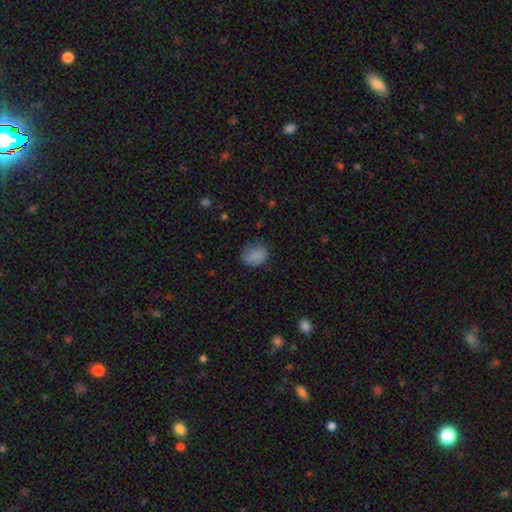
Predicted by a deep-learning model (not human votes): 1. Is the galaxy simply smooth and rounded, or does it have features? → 84% smooth, 10% star or artifact, 6% featured or disk.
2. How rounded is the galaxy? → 52% in between, 47% round, 1% cigar-shaped.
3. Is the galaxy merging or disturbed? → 68% none, 24% minor disturbance, 7% major disturbance, 1% merger.